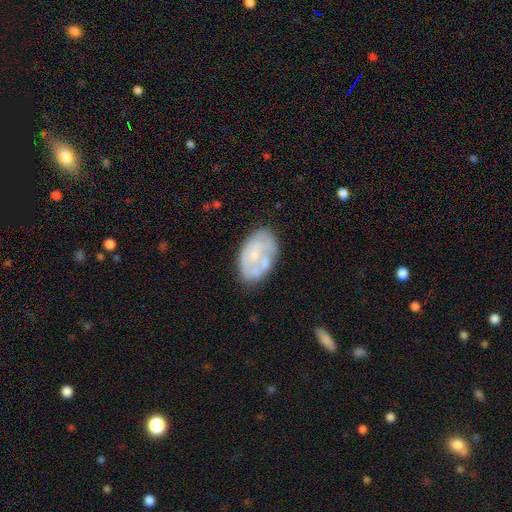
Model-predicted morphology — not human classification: A smooth galaxy with no disk features (48%). Merging: none (61%).